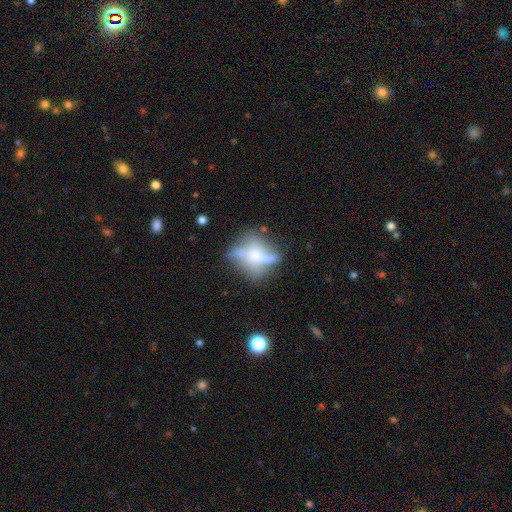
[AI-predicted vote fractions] Smooth or featured? Predicted: featured or disk (p=0.52). Edge-on disk? Predicted: no (p=0.65). Merging? Predicted: none (p=0.48).